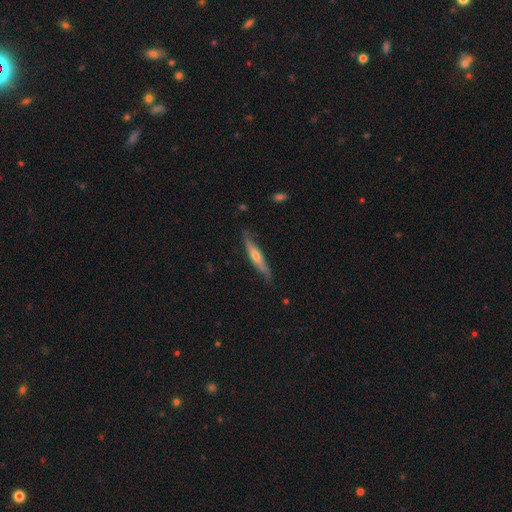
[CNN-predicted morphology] The model was most divided on "smooth or featured": featured or disk: 59%, smooth: 35%, star or artifact: 6%. More confident: edge-on disk — yes (91%); merging — none (80%); edge-on bulge — rounded (78%).